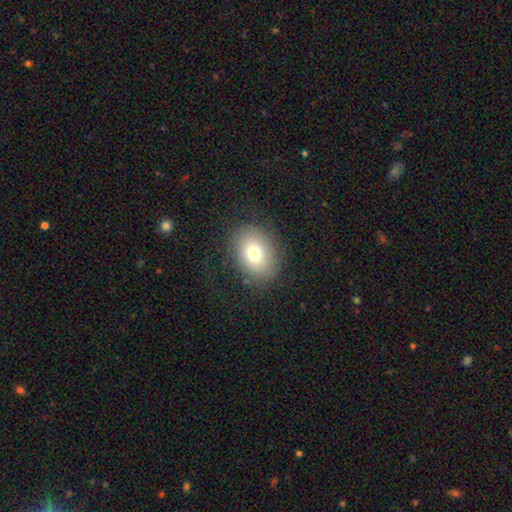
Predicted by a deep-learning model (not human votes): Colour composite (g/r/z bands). It shows a smooth galaxy with no disk features (75%) that is in between round and cigar-shaped (65%). Merging: none (82%).